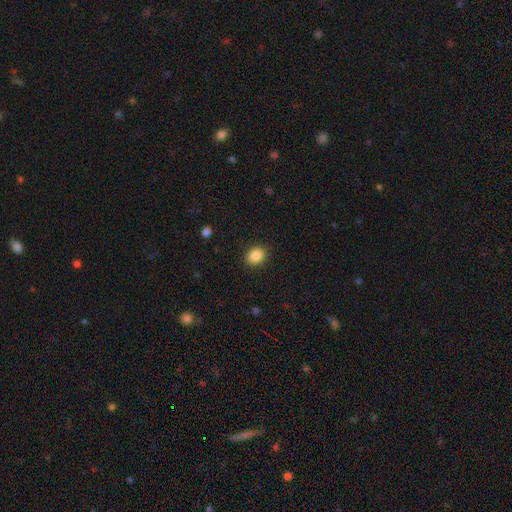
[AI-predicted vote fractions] Overall: smooth (87%). How rounded: in between (55%; round 44%). Merging: none (89%).